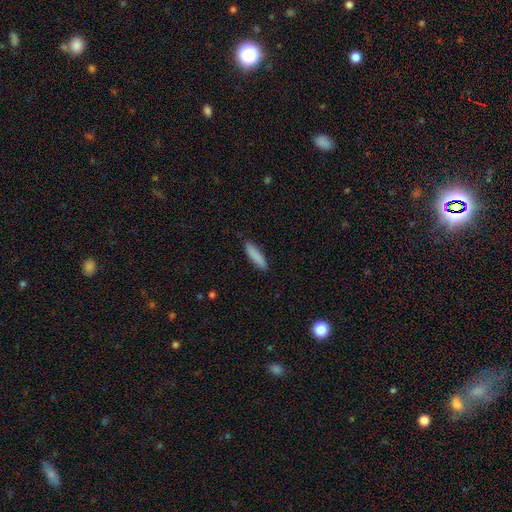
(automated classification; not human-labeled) Morphology: type=smooth (87%); roundness=cigar-shaped (71%); merging=none (87%).